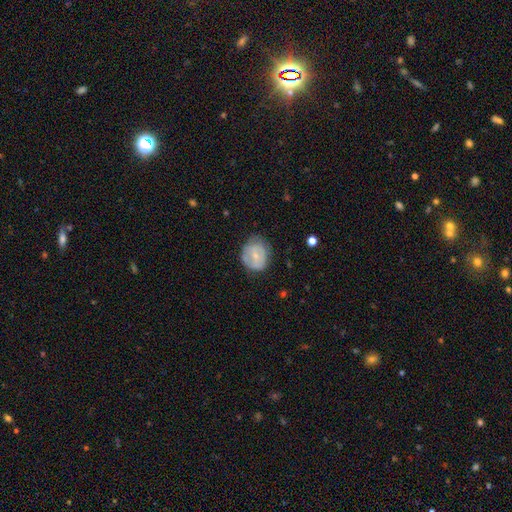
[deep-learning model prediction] smooth_or_featured: smooth (p=0.52) [alt: featured or disk p=0.42]
how_rounded: round (p=0.66) [alt: in between p=0.33]
merging: none (p=0.61) [alt: minor disturbance p=0.28]